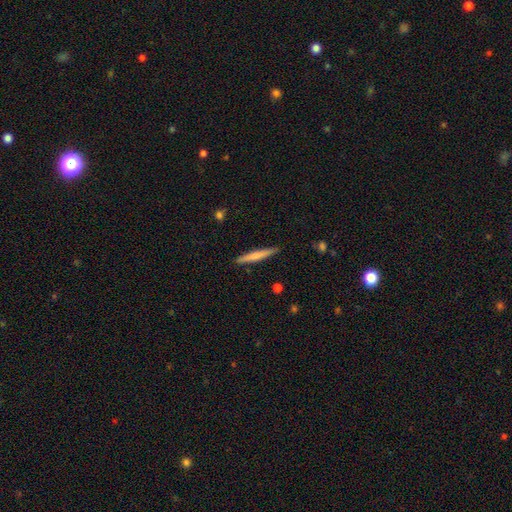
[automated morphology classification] smooth 62%, featured or disk 33%, star or artifact 5%. Down the decision tree: how rounded — cigar-shaped (96%); merging — none (90%).